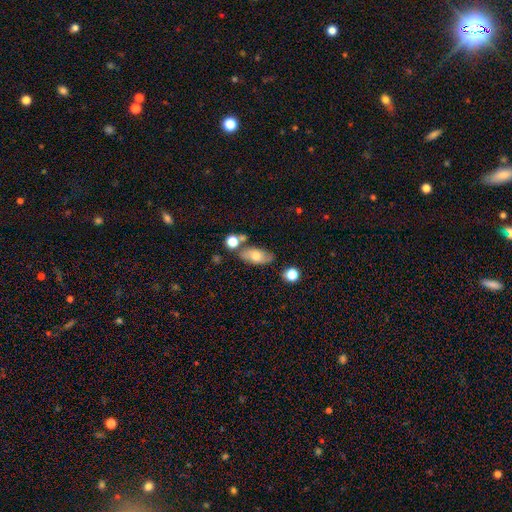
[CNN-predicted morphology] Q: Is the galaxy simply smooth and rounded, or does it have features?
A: smooth — 64%.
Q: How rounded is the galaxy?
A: in between — 86%.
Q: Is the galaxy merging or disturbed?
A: none — 68%.